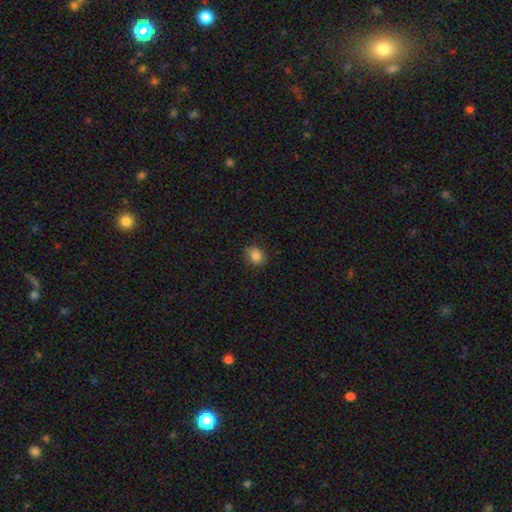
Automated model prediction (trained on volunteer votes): This is clearly a smooth galaxy (85%). How rounded: possibly round (58%). Merging: clearly none (84%).